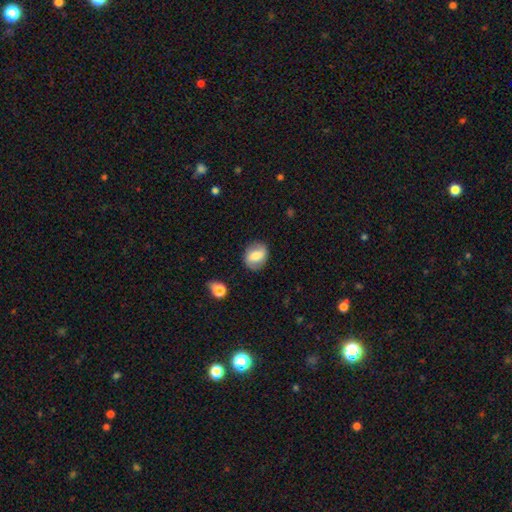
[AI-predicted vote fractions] Morphology: type=smooth (61%); roundness=in between (49%, tied with round); merging=none (82%).